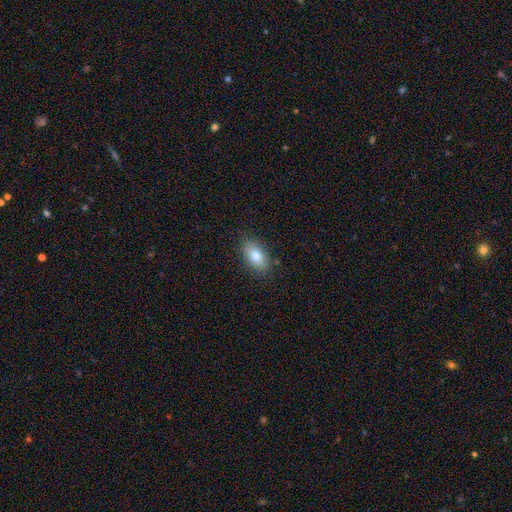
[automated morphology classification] Overall: smooth (80%). How rounded: in between (89%). Merging: none (85%).